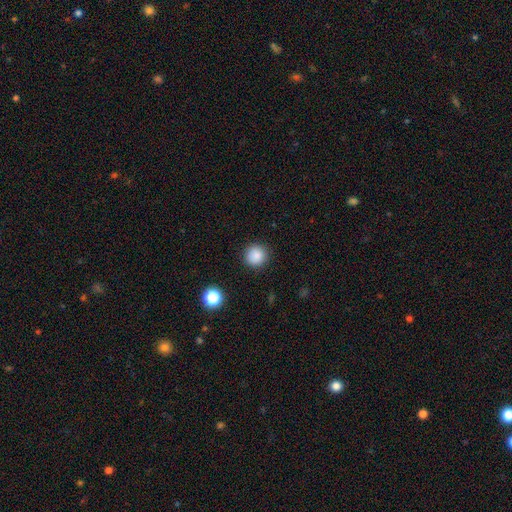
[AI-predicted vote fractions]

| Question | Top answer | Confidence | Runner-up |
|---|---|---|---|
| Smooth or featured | smooth | 87% | star or artifact (10%) |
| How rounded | round | 95% | in between (4%) |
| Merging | none | 91% | minor disturbance (6%) |